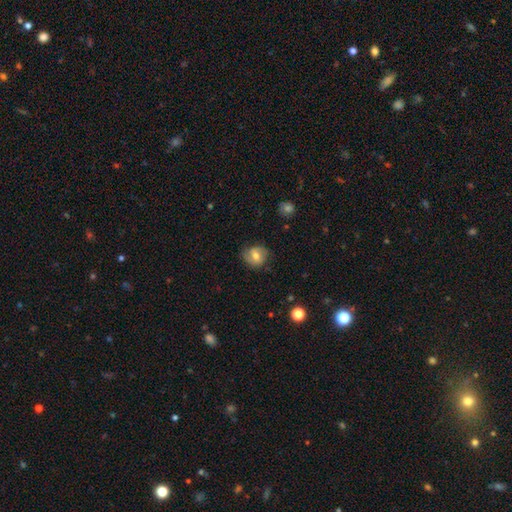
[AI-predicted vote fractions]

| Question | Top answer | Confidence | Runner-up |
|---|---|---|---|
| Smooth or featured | smooth | 51% | featured or disk (40%) |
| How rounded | round | 69% | in between (30%) |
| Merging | none | 74% | minor disturbance (19%) |